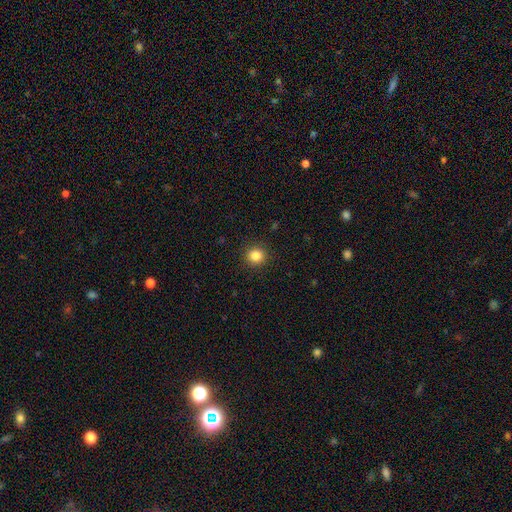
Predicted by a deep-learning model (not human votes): Smooth or featured: smooth — 84% (star or artifact — 11%)
How rounded: round — 92% (in between — 7%)
Merging: none — 92% (minor disturbance — 5%)